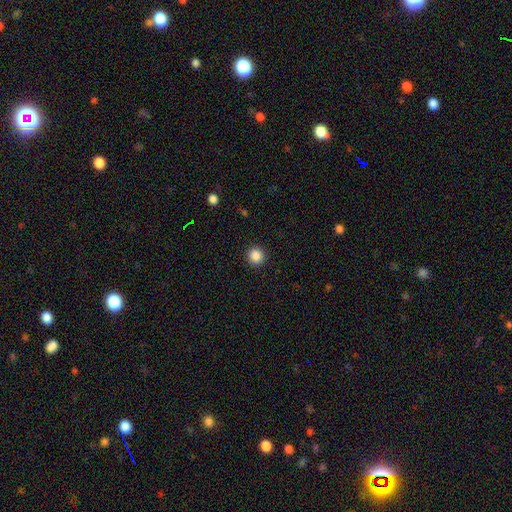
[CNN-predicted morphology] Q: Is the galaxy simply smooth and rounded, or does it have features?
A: smooth — 87%.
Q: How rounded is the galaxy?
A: round — 94%.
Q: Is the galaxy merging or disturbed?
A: none — 93%.